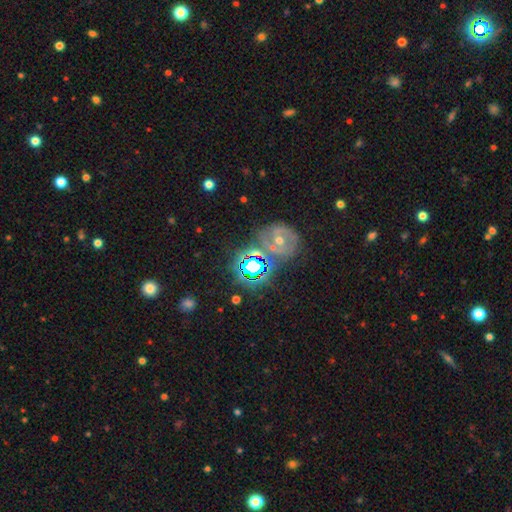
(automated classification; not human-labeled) Smooth or featured? star or artifact (52%)